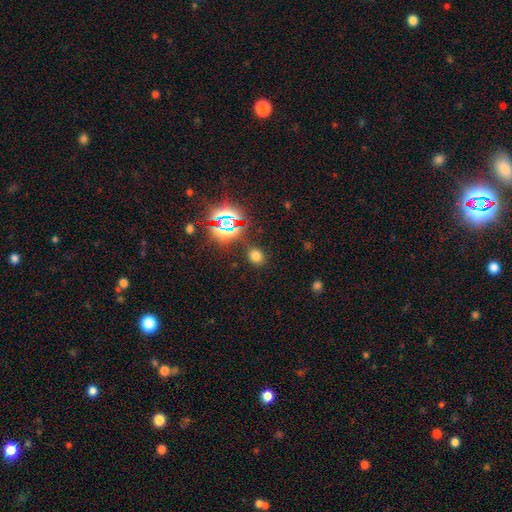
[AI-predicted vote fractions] smooth-or-featured: smooth: 66% | star or artifact: 27% | featured or disk: 6%
  how-rounded: round: 58% | in between: 40% | cigar-shaped: 1%
  merging: none: 83% | minor disturbance: 10% | major disturbance: 4% | merger: 3%